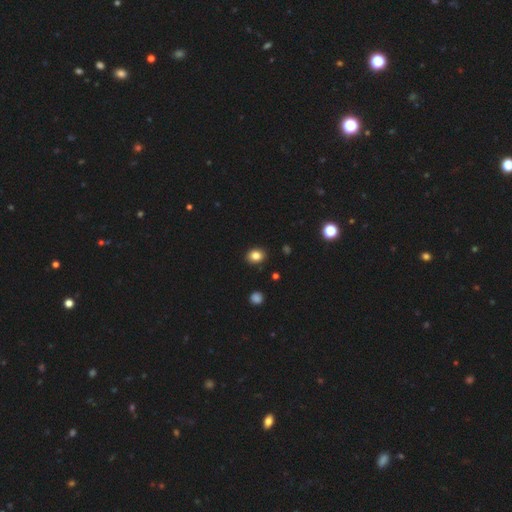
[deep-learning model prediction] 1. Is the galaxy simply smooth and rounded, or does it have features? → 84% smooth, 11% star or artifact, 5% featured or disk.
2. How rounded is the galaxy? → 51% in between, 48% round, 1% cigar-shaped.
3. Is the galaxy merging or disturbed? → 89% none, 8% minor disturbance, 2% major disturbance, 1% merger.